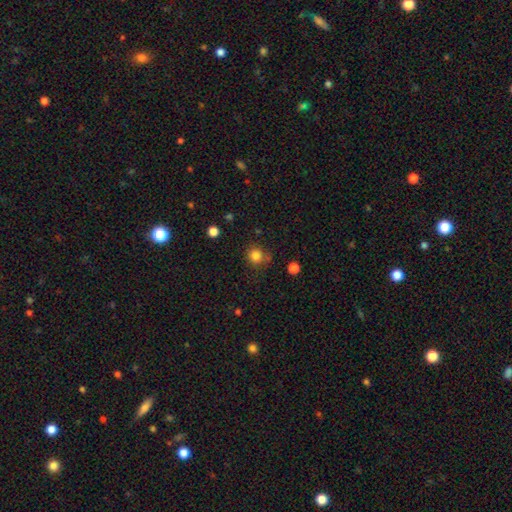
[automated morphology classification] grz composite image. It shows a smooth galaxy with no disk features (82%) that is round (90%). Merging: none (77%).